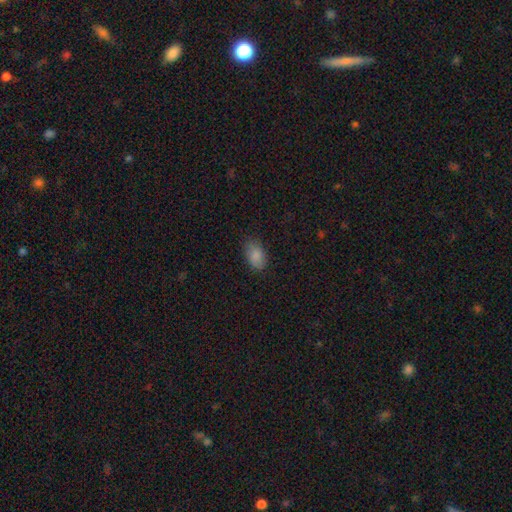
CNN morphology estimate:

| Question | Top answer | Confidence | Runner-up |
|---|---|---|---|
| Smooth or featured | smooth | 87% | star or artifact (8%) |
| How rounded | in between | 90% | round (9%) |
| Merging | none | 81% | minor disturbance (15%) |